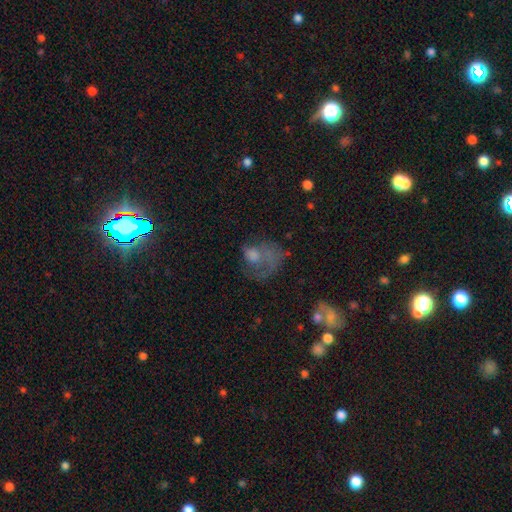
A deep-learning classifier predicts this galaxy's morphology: A smooth galaxy with no disk features (46%). Merging: major disturbance (55%).